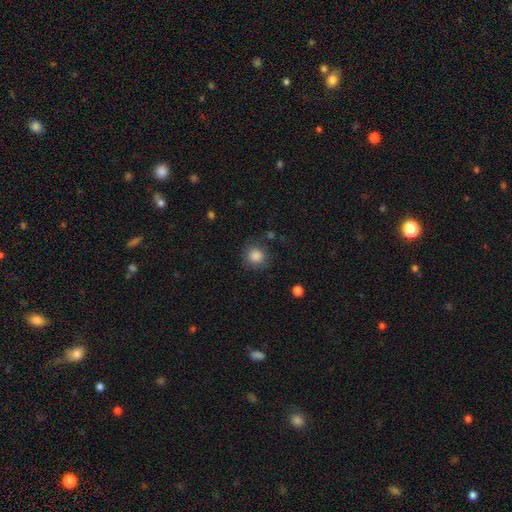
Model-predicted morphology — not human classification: type=smooth (86%); roundness=round (91%); merging=none (81%).